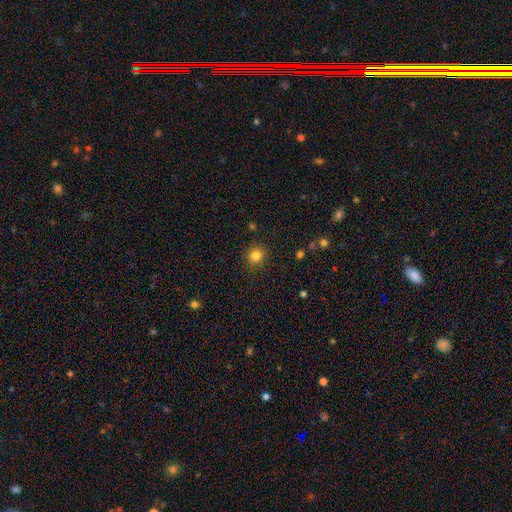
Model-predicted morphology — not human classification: A smooth galaxy with no disk features (83%) that is round (88%). Merging: none (89%).